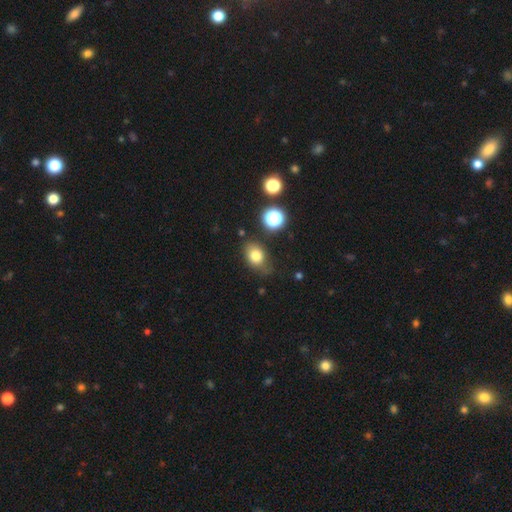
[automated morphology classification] Smooth or featured?
  - smooth: 78% *
  - star or artifact: 12%
  - featured or disk: 10%
How rounded?
  - in between: 68% *
  - round: 31%
  - cigar-shaped: 1%
Merging?
  - none: 70% *
  - minor disturbance: 21%
  - major disturbance: 6%
  - merger: 4%